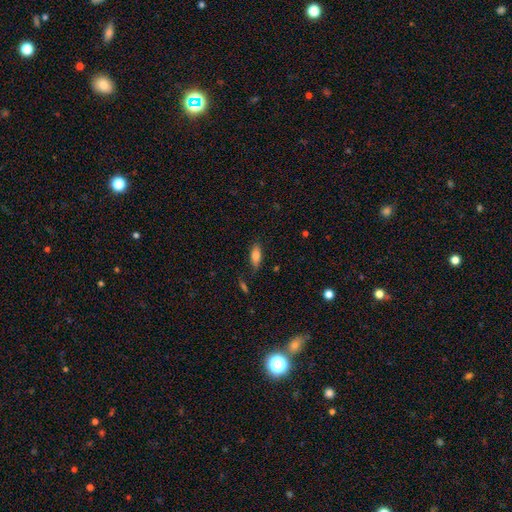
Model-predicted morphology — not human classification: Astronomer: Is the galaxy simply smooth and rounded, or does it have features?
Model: smooth — 78%.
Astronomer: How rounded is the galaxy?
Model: in between — 72%.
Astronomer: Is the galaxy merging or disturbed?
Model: none — 75%.